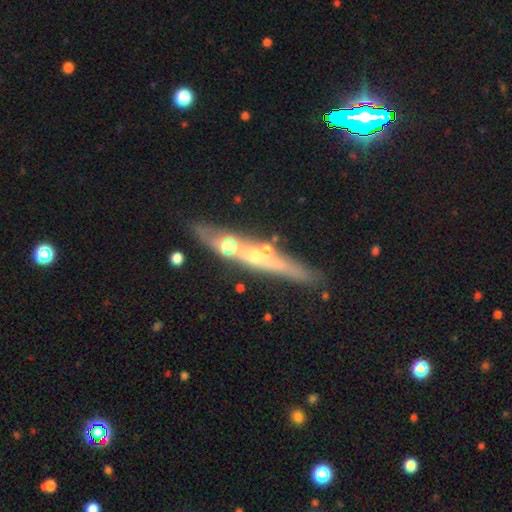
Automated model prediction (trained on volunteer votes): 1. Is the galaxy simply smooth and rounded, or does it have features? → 61% featured or disk, 26% smooth, 12% star or artifact.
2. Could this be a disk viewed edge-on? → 83% yes, 17% no.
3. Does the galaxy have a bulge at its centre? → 73% rounded, 23% none, 4% boxy.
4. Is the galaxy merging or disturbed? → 64% none, 20% merger, 11% minor disturbance, 4% major disturbance.